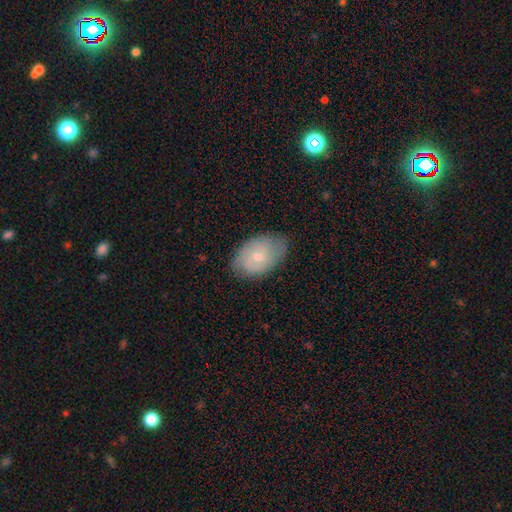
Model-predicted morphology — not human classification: Q: Smooth or featured?
A: smooth (54%); runner-up: featured or disk (38%)
Q: How rounded?
A: in between (86%); runner-up: round (13%)
Q: Merging?
A: none (71%); runner-up: minor disturbance (23%)